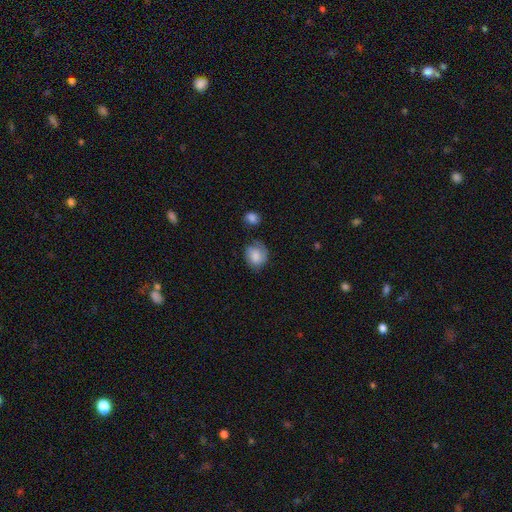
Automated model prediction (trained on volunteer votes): smooth-or-featured: smooth: 67% | featured or disk: 26% | star or artifact: 8%
  how-rounded: round: 63% | in between: 36% | cigar-shaped: 1%
  merging: none: 54% | minor disturbance: 28% | major disturbance: 12% | merger: 6%